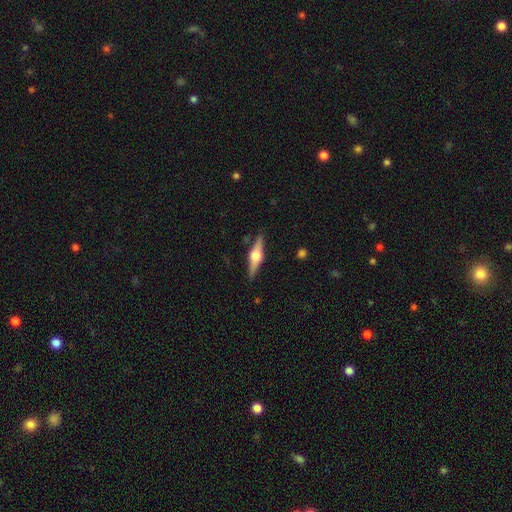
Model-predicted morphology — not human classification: A featured or disk galaxy (74%) viewed edge-on (97%) with a rounded central bulge (95%). Merging: none (89%).